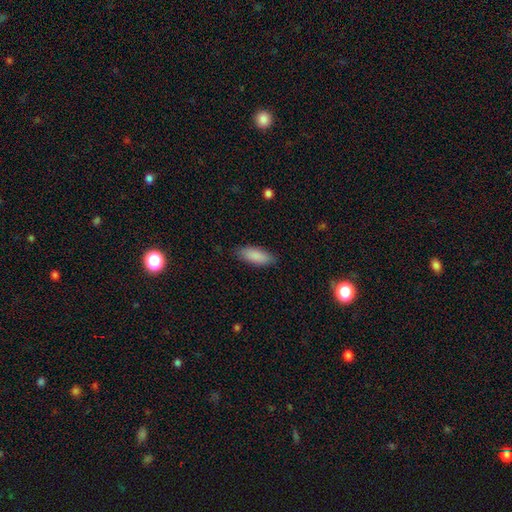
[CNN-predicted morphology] A smooth galaxy with no disk features (89%) that is in between round and cigar-shaped (75%). Merging: none (87%).